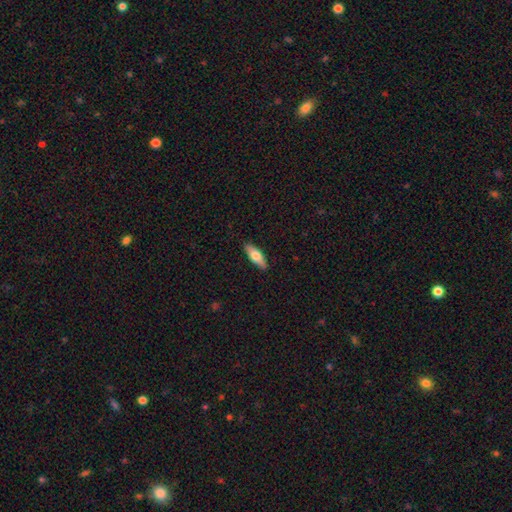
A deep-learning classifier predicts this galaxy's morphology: Overall: smooth (67%; featured or disk 28%). How rounded: in between (62%; cigar-shaped 35%). Merging: none (89%).